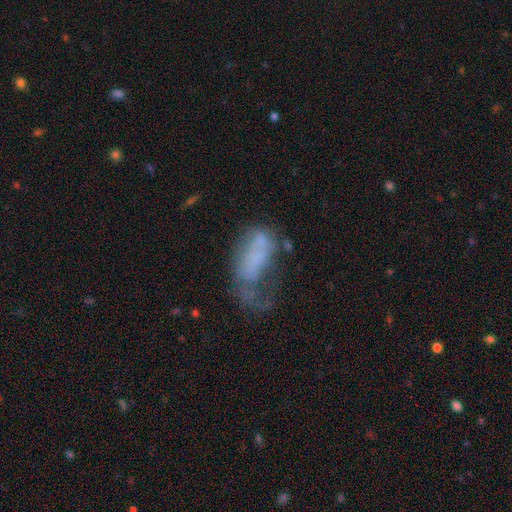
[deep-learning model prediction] Smooth or featured? smooth (45%)
Merging? major disturbance (52%)